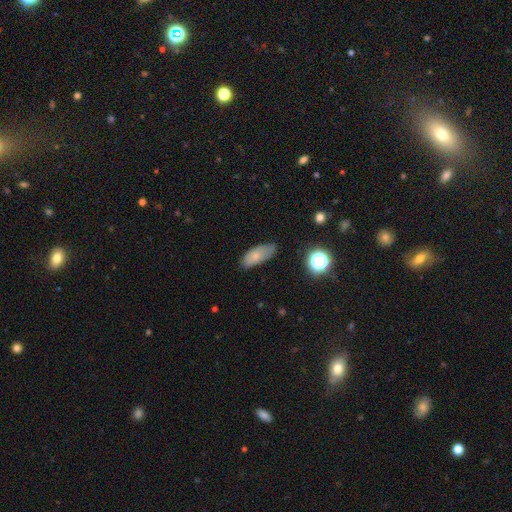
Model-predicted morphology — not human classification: smooth_or_featured: smooth (p=0.73) [alt: featured or disk p=0.18]
how_rounded: in between (p=0.81) [alt: cigar-shaped p=0.15]
merging: none (p=0.66) [alt: minor disturbance p=0.26]